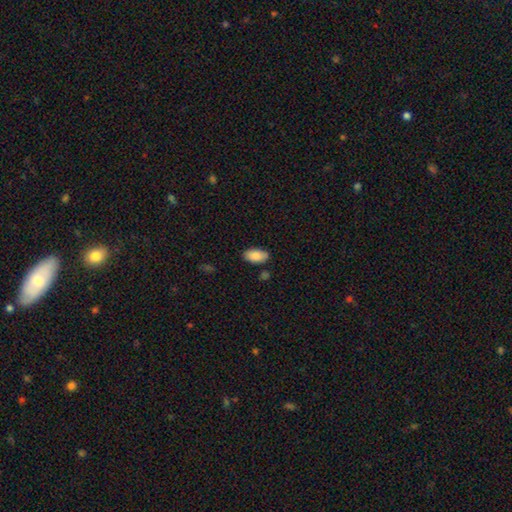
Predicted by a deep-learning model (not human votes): Smooth or featured?
  - smooth: 87% *
  - star or artifact: 7%
  - featured or disk: 6%
How rounded?
  - in between: 95% *
  - round: 3%
  - cigar-shaped: 3%
Merging?
  - none: 82% *
  - minor disturbance: 13%
  - merger: 3%
  - major disturbance: 2%